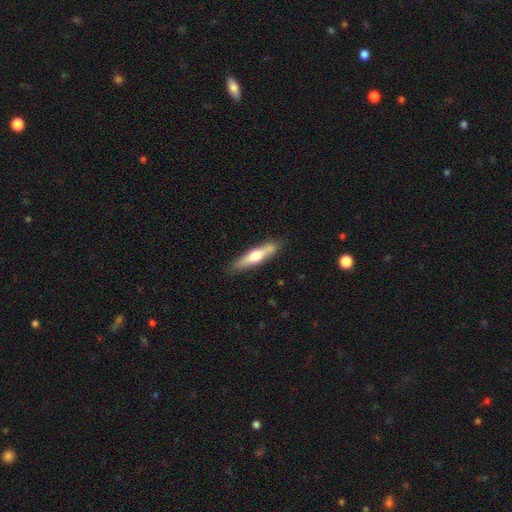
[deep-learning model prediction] A smooth galaxy with no disk features (51%) that is cigar-shaped (81%).

Vote fractions:
- Smooth or featured? smooth: 51% / featured or disk: 44% / star or artifact: 5%
- How rounded? cigar-shaped: 81% / in between: 17% / round: 2%
- Merging? none: 82% / minor disturbance: 13% / merger: 3% / major disturbance: 3%